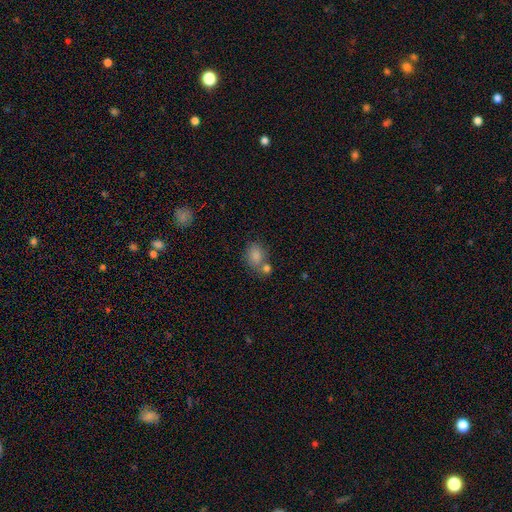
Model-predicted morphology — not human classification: smooth_or_featured: smooth (p=0.83) [alt: star or artifact p=0.10]
how_rounded: in between (p=0.60) [alt: round p=0.39]
merging: none (p=0.49) [alt: merger p=0.32]